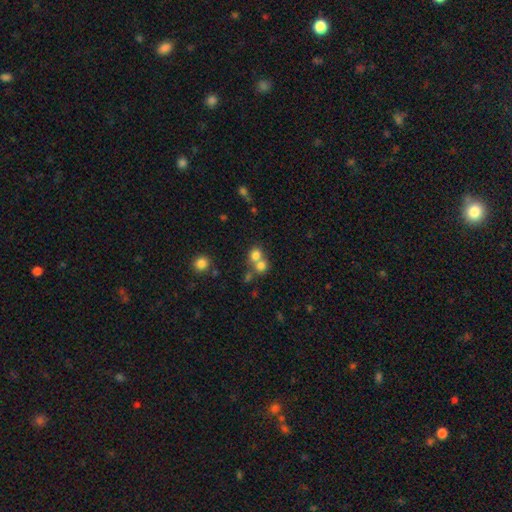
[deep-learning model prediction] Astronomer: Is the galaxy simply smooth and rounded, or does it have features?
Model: smooth — 74%.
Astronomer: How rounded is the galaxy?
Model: round — 77%.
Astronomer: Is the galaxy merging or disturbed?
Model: merger — 53% (runner-up: none, 38%).